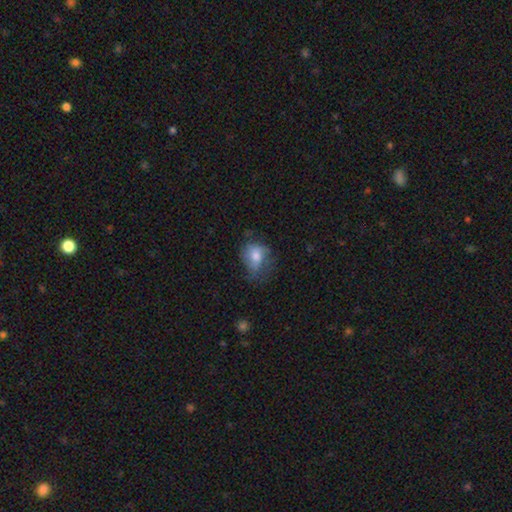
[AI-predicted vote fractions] Morphology: type=smooth (67%); roundness=in between (61%); merging=none (42%).